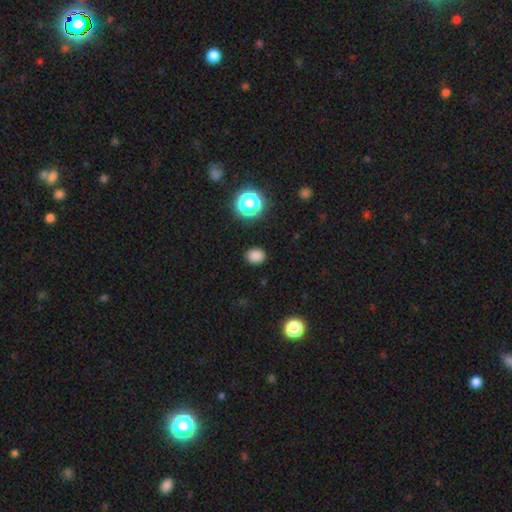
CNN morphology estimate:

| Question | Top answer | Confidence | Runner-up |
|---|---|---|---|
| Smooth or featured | smooth | 82% | star or artifact (14%) |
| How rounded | round | 65% | in between (34%) |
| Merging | none | 88% | minor disturbance (8%) |